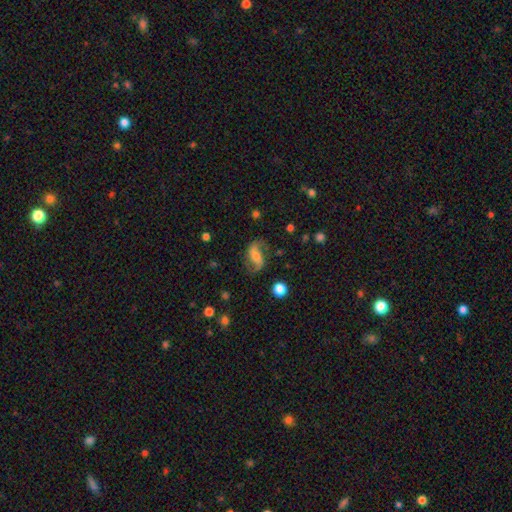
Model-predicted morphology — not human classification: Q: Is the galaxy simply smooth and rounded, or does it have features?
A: featured or disk — 76%.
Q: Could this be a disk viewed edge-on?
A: no — 97%.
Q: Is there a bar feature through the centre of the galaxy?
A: weak — 39%.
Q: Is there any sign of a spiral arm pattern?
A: yes — 94%.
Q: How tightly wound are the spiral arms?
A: loose — 64%.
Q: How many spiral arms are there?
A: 2 — 91%.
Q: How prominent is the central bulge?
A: small — 47%.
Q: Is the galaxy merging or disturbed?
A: none — 72%.